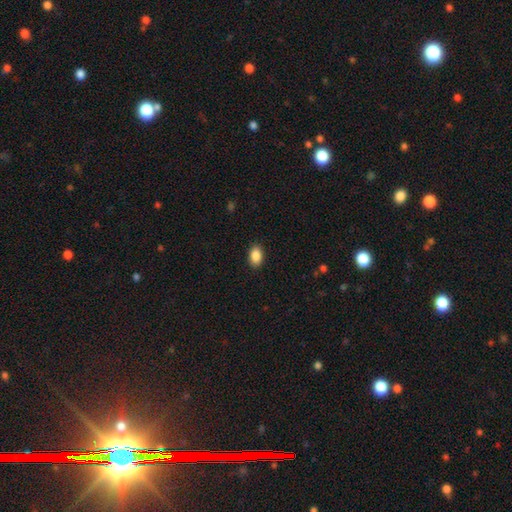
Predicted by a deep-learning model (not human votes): Smooth or featured: smooth — 89% (star or artifact — 8%)
How rounded: in between — 90% (round — 8%)
Merging: none — 90% (minor disturbance — 7%)